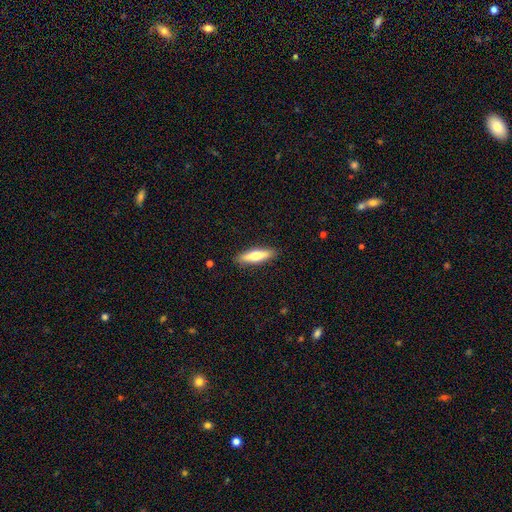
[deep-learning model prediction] Smooth or featured? smooth (64%)
How rounded? cigar-shaped (69%)
Merging? none (89%)